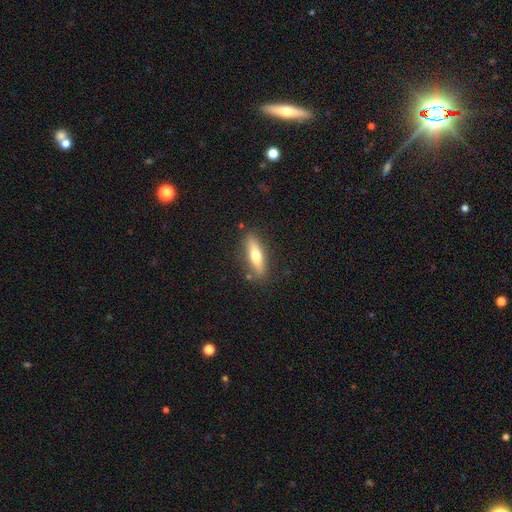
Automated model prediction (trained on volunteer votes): The model was most divided on "smooth or featured": smooth: 58%, featured or disk: 36%, star or artifact: 6%. More confident: merging — none (83%); how rounded — cigar-shaped (60%).